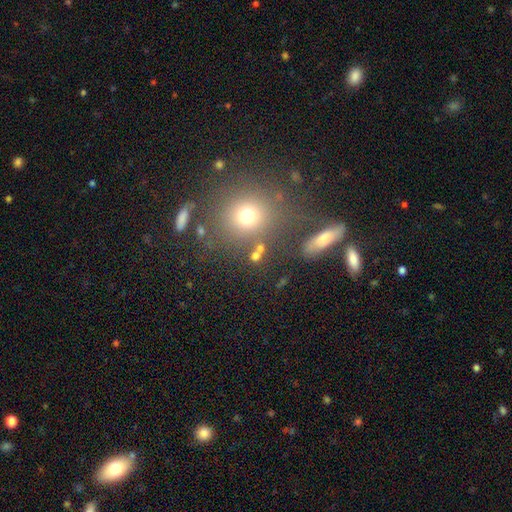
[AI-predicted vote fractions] The model was most divided on "smooth or featured": smooth: 68%, star or artifact: 22%, featured or disk: 11%. More confident: how rounded — round (72%); merging — none (66%).